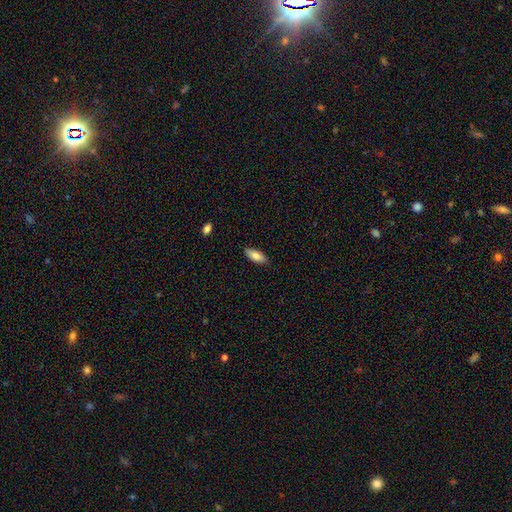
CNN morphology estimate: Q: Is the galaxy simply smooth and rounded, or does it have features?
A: smooth — 80%.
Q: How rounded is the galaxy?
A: in between — 79%.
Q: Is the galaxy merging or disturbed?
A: none — 87%.